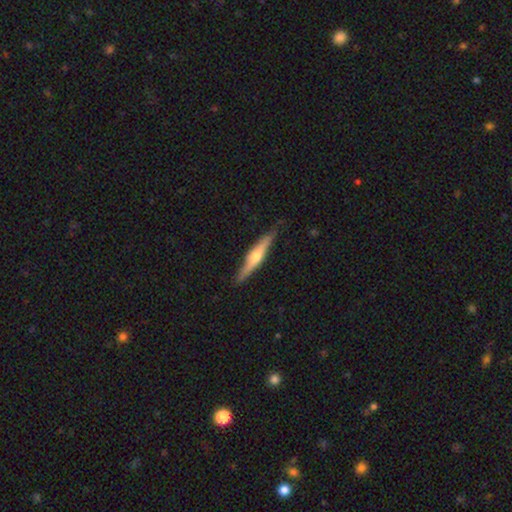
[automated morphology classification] A featured or disk galaxy (64%) viewed edge-on (95%) with a rounded central bulge (88%).

Vote fractions:
- Smooth or featured? featured or disk: 64% / smooth: 31% / star or artifact: 5%
- Edge-on disk? yes: 95% / no: 5%
- Edge-on bulge? rounded: 88% / none: 6% / boxy: 6%
- Merging? none: 86% / minor disturbance: 11% / major disturbance: 2% / merger: 1%